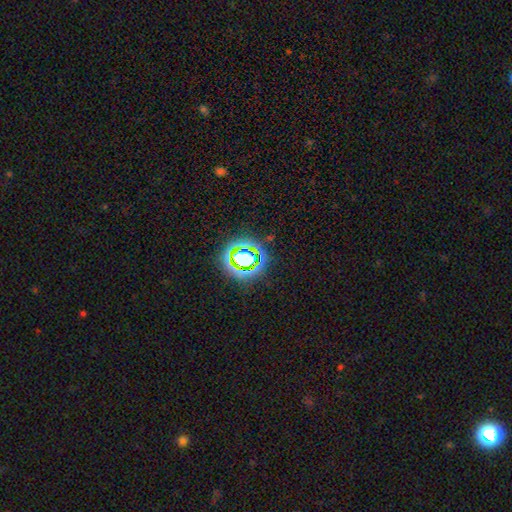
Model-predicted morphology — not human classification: Smooth or featured? star or artifact (77%)